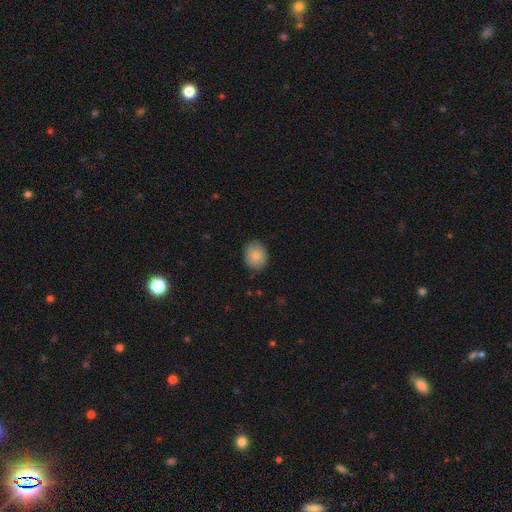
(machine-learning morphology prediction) The model was most divided on "how rounded": round: 56%, in between: 43%, cigar-shaped: 1%. More confident: merging — none (84%); smooth or featured — smooth (83%).